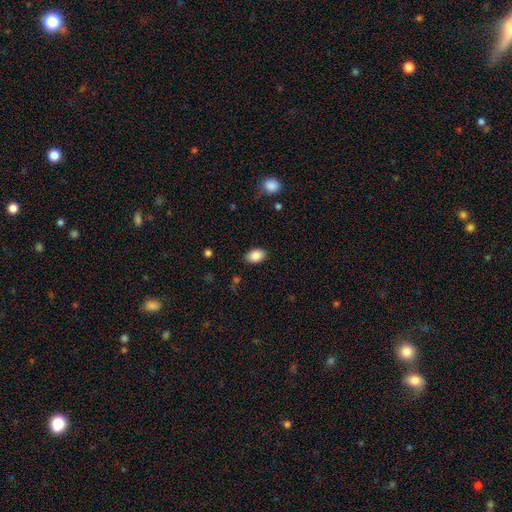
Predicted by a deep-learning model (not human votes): smooth-or-featured: smooth: 88% | star or artifact: 7% | featured or disk: 4%
  how-rounded: in between: 89% | round: 10% | cigar-shaped: 1%
  merging: none: 86% | minor disturbance: 10% | major disturbance: 3% | merger: 1%